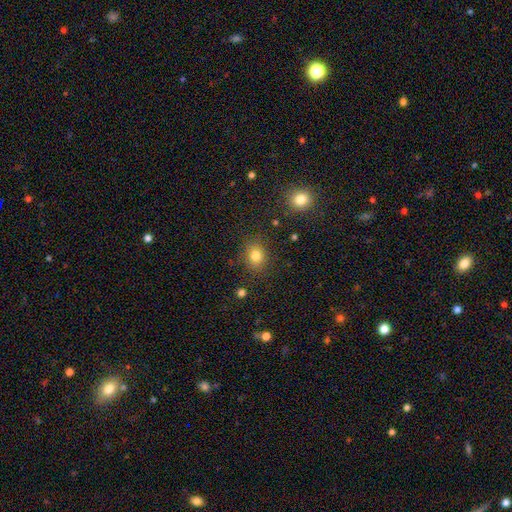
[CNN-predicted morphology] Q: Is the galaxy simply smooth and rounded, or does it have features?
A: smooth — 80%.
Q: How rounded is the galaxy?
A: round — 66%.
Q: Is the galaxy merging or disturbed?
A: none — 85%.